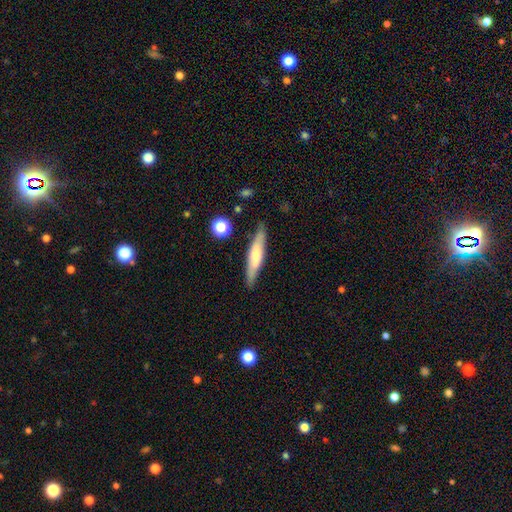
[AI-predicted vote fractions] A smooth galaxy with no disk features (55%) that is cigar-shaped (84%).

Vote fractions:
- Smooth or featured? smooth: 55% / featured or disk: 39% / star or artifact: 6%
- How rounded? cigar-shaped: 84% / in between: 15% / round: 2%
- Merging? none: 83% / minor disturbance: 12% / major disturbance: 2% / merger: 2%